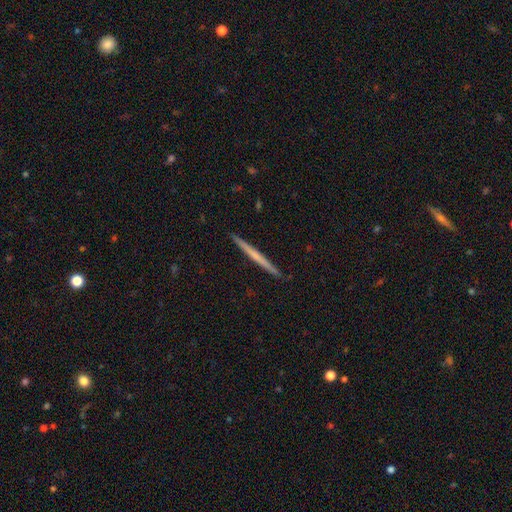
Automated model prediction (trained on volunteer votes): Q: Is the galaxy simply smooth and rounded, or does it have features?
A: featured or disk — 53%.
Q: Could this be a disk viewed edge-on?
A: yes — 98%.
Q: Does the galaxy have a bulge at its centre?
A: none — 80%.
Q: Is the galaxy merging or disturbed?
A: none — 93%.